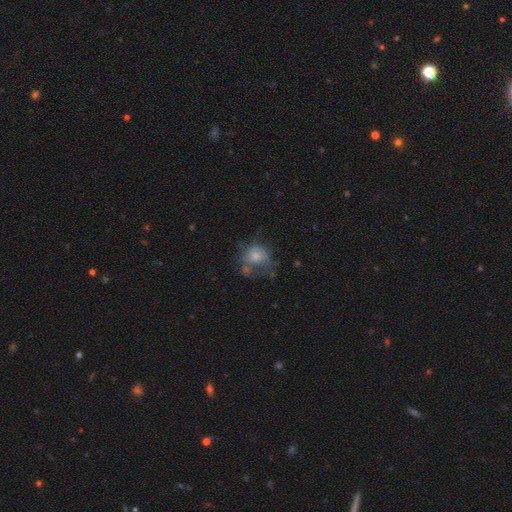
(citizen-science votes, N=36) Smooth or featured: smooth — 67% (featured or disk — 28%)
How rounded: in between — 50% (round — 46%)
Merging: major disturbance — 56% (none — 26%)